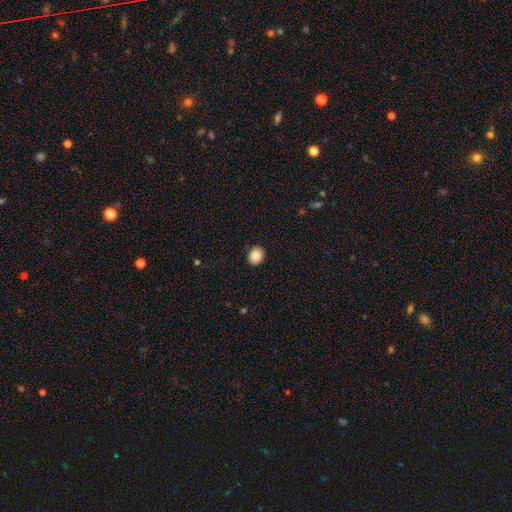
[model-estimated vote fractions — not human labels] This appears to be a smooth galaxy with no disk features (87%) that is round (61%). Merging: none (90%).